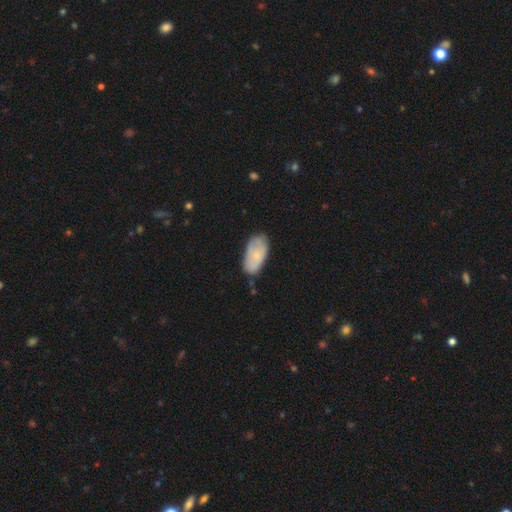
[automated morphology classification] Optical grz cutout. It shows a smooth galaxy with no disk features (69%) that is in between round and cigar-shaped (94%). Merging: none (67%).